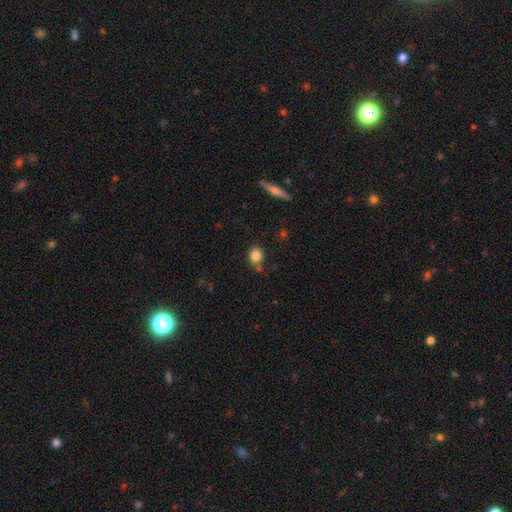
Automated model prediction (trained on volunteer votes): smooth-or-featured: smooth: 84% | star or artifact: 9% | featured or disk: 7%
  how-rounded: round: 57% | in between: 42% | cigar-shaped: 2%
  merging: none: 73% | minor disturbance: 14% | merger: 10% | major disturbance: 4%